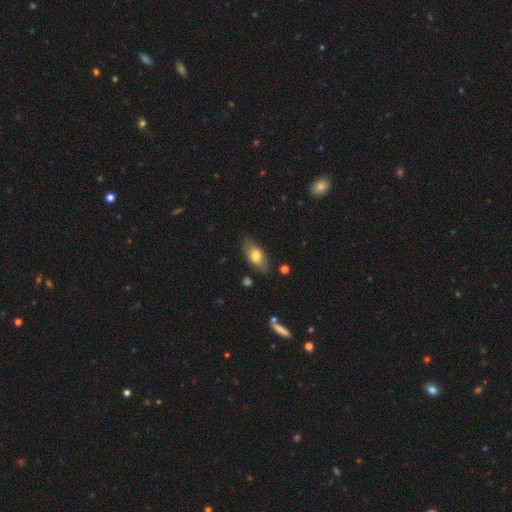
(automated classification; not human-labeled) A smooth galaxy with no disk features (73%) that is in between round and cigar-shaped (89%). Merging: none (81%).